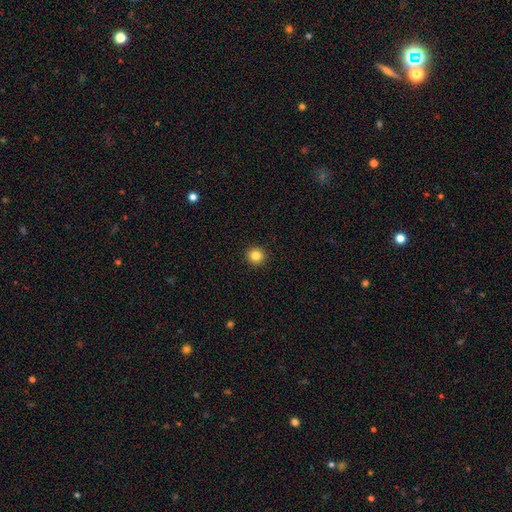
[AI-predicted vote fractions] Smooth or featured? smooth (84%)
How rounded? round (94%)
Merging? none (93%)